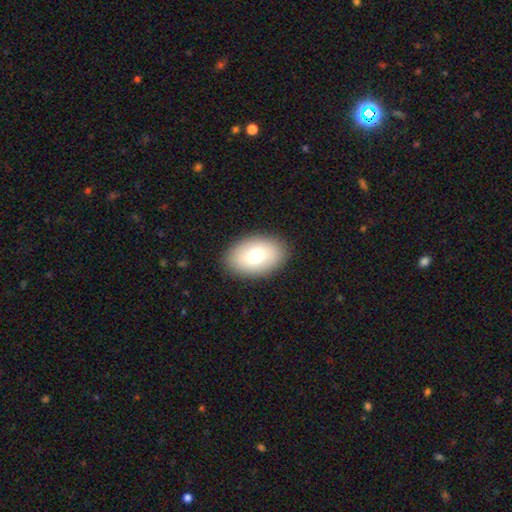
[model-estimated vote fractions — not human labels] A smooth galaxy with no disk features (71%) that is in between round and cigar-shaped (88%).

Vote fractions:
- Smooth or featured? smooth: 71% / featured or disk: 21% / star or artifact: 8%
- How rounded? in between: 88% / round: 11% / cigar-shaped: 1%
- Merging? none: 88% / minor disturbance: 9% / major disturbance: 3% / merger: 1%